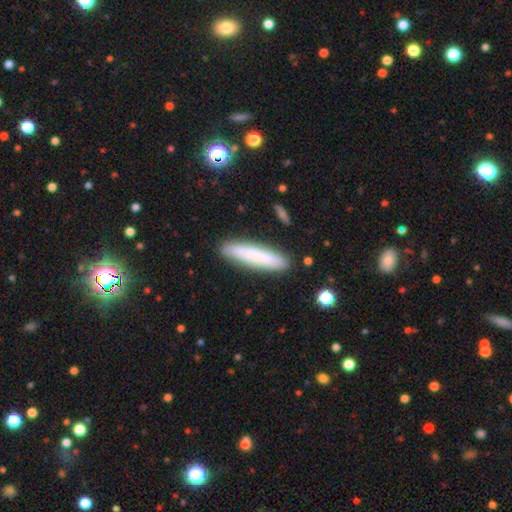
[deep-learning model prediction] A smooth galaxy with no disk features (74%) that is cigar-shaped (86%). Merging: none (87%).